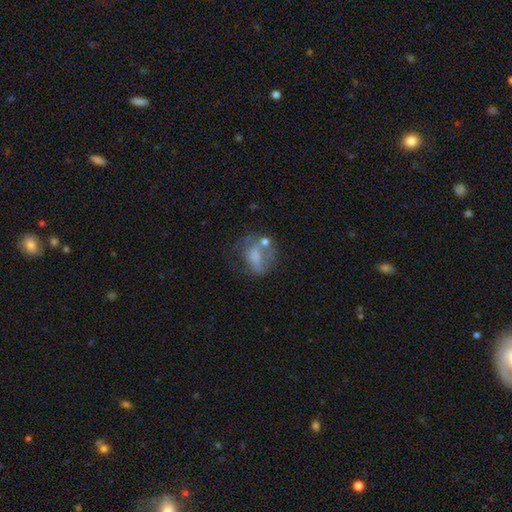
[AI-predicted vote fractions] Q: Smooth or featured?
A: smooth (45%); runner-up: featured or disk (42%)
Q: Merging?
A: none (34%); runner-up: major disturbance (29%)